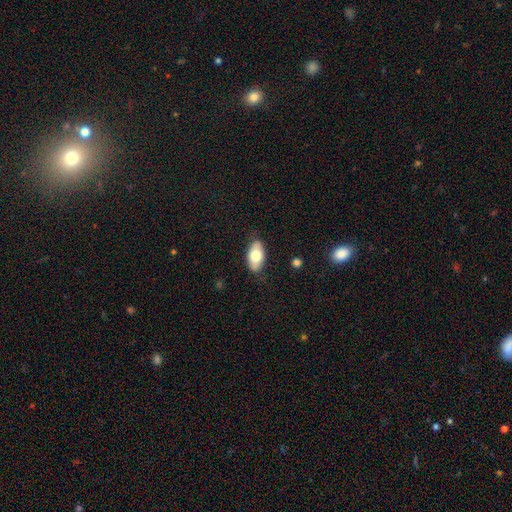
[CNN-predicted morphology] smooth_or_featured: smooth (p=0.74) [alt: featured or disk p=0.20]
how_rounded: in between (p=0.93) [alt: cigar-shaped p=0.04]
merging: none (p=0.81) [alt: minor disturbance p=0.15]